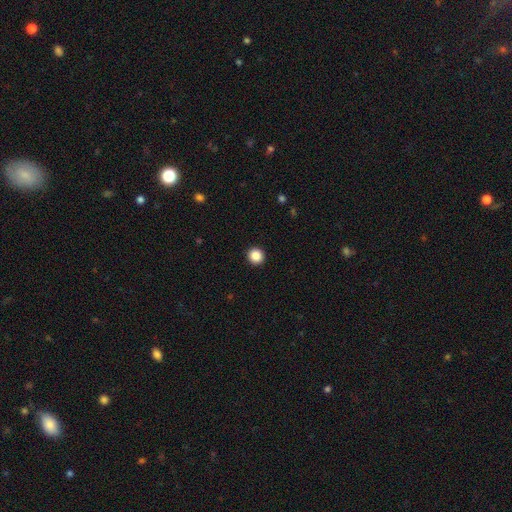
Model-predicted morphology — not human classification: smooth_or_featured: smooth (p=0.87) [alt: star or artifact p=0.10]
how_rounded: round (p=0.95) [alt: in between p=0.04]
merging: none (p=0.94) [alt: minor disturbance p=0.04]